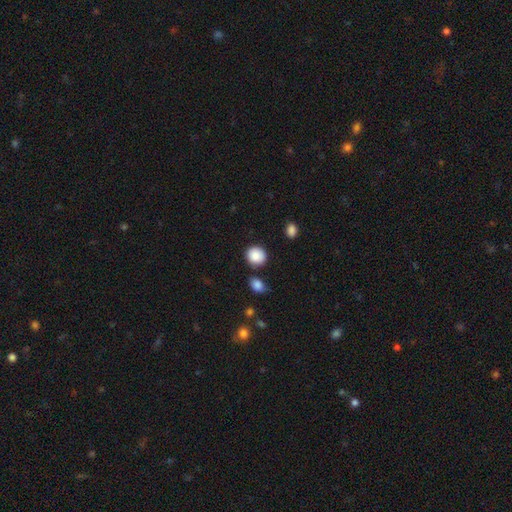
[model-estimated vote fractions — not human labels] This is clearly a smooth galaxy (88%). How rounded: clearly round (86%). Merging: clearly none (81%).